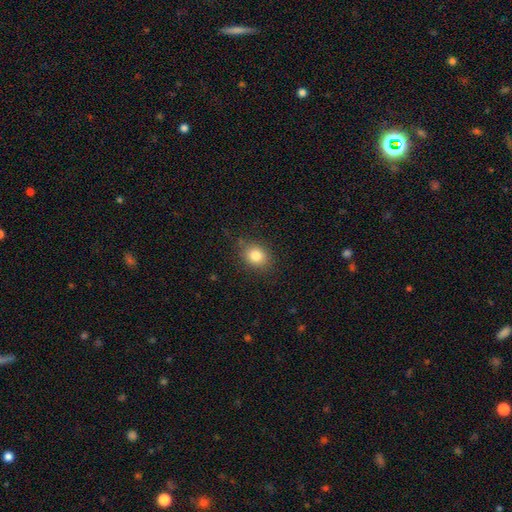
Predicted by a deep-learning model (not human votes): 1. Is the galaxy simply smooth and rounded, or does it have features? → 82% smooth, 11% star or artifact, 7% featured or disk.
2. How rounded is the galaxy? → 53% round, 46% in between, 1% cigar-shaped.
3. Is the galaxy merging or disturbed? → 83% none, 12% minor disturbance, 3% major disturbance, 1% merger.